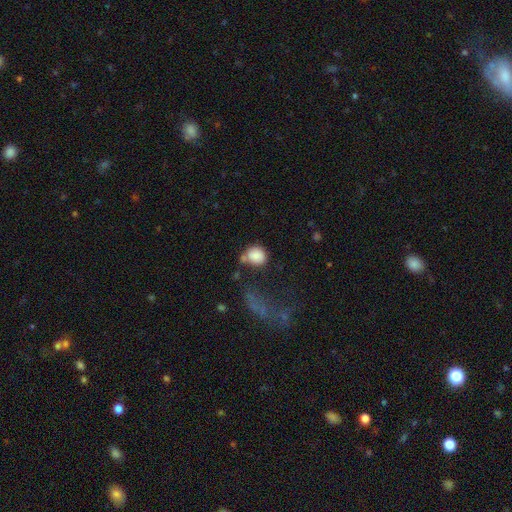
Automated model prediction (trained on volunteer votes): Smooth or featured: smooth — 85% (star or artifact — 9%)
How rounded: round — 73% (in between — 26%)
Merging: none — 53% (minor disturbance — 20%)